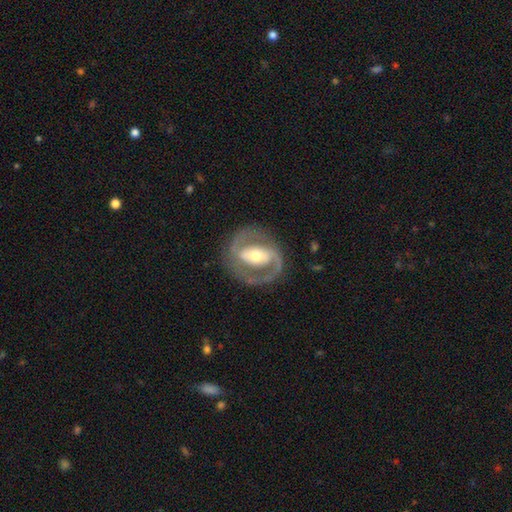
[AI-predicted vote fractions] Smooth or featured? Predicted: featured or disk (p=0.86). Edge-on disk? Predicted: no (p=0.97). Bar? Predicted: strong (p=0.43). Spiral arms? Predicted: yes (p=0.90). Spiral winding? Predicted: medium (p=0.51). Spiral arm count? Predicted: 2 (p=0.87). Bulge size? Predicted: moderate (p=0.63). Merging? Predicted: none (p=0.82).